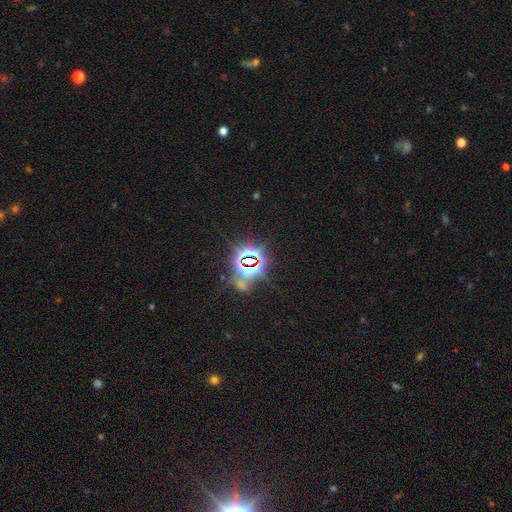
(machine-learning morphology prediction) This appears to be a star or artifact, not a galaxy (80%).